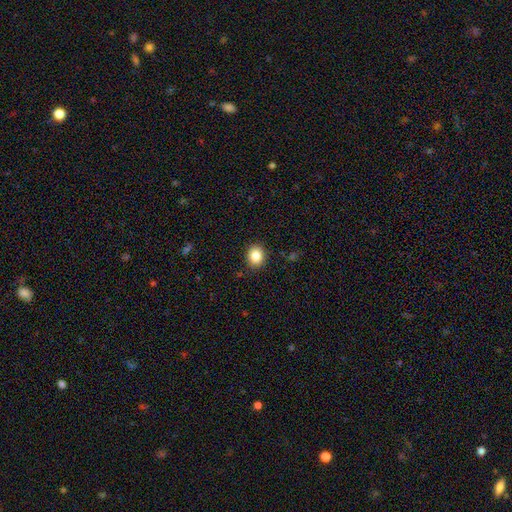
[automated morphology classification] Smooth or featured? smooth (85%)
How rounded? round (65%)
Merging? none (89%)